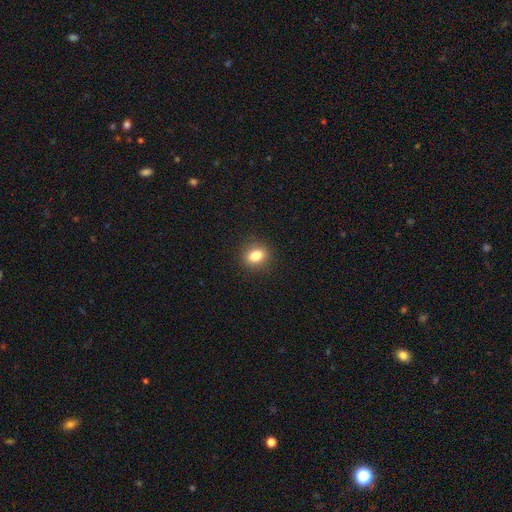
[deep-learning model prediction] This is clearly a smooth galaxy (83%). How rounded: possibly in between (53%). Merging: clearly none (89%).